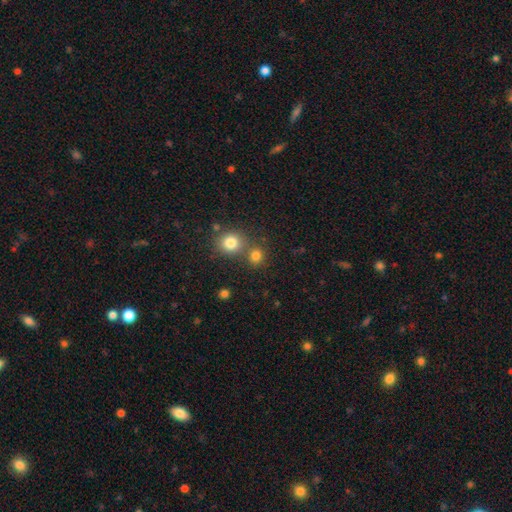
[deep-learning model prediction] Smooth or featured? smooth (79%)
How rounded? round (84%)
Merging? none (63%)